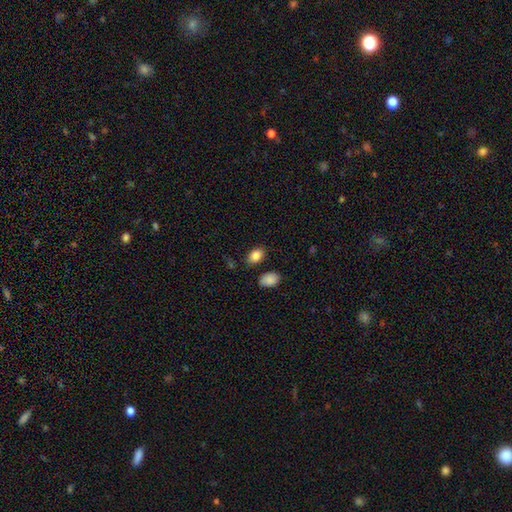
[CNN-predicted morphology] smooth-or-featured: smooth: 86% | star or artifact: 8% | featured or disk: 6%
  how-rounded: in between: 84% | round: 15% | cigar-shaped: 1%
  merging: none: 79% | minor disturbance: 13% | merger: 5% | major disturbance: 3%